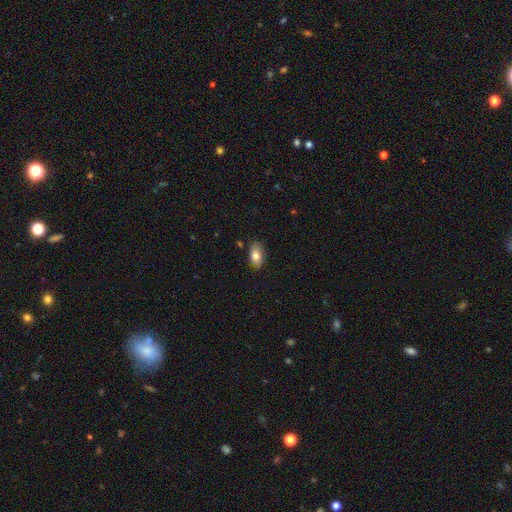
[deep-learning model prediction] This is clearly a smooth galaxy (80%). How rounded: clearly in between (91%). Merging: clearly none (81%).